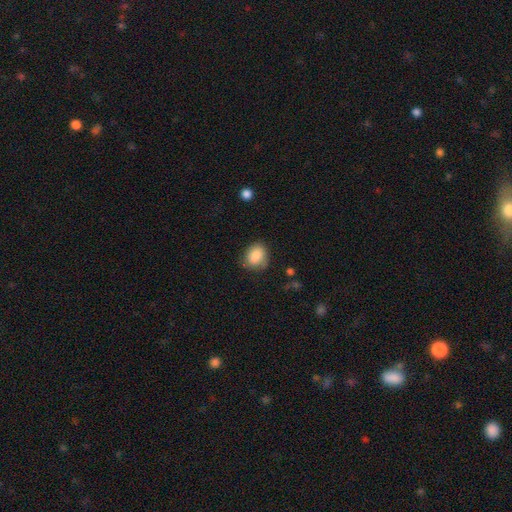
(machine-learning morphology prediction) Overall: smooth (87%). How rounded: round (51%; in between 48%). Merging: none (72%).